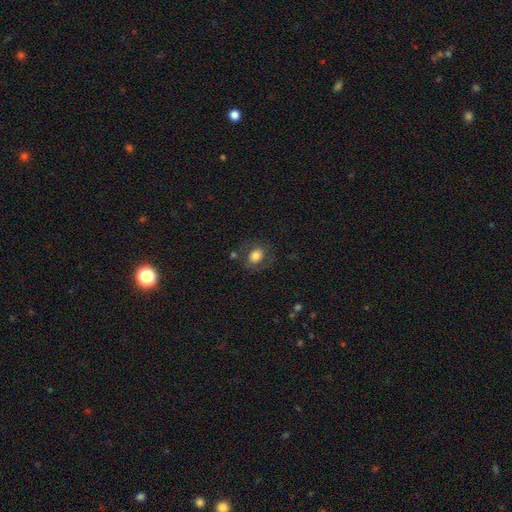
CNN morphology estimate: A smooth galaxy with no disk features (74%) that is in between round and cigar-shaped (60%). Merging: none (69%).